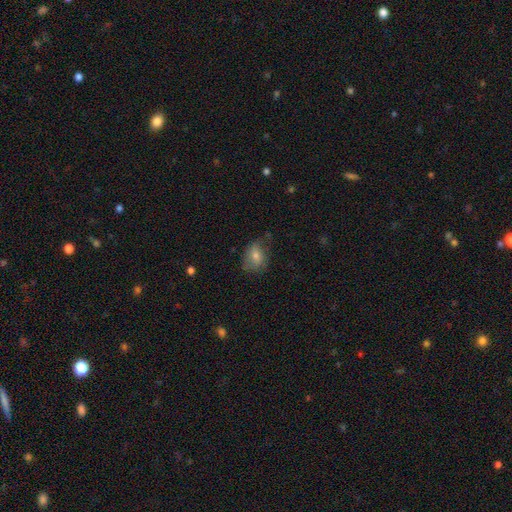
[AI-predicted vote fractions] This is likely a smooth galaxy (65%). How rounded: likely in between (61%). Merging: possibly none (58%).